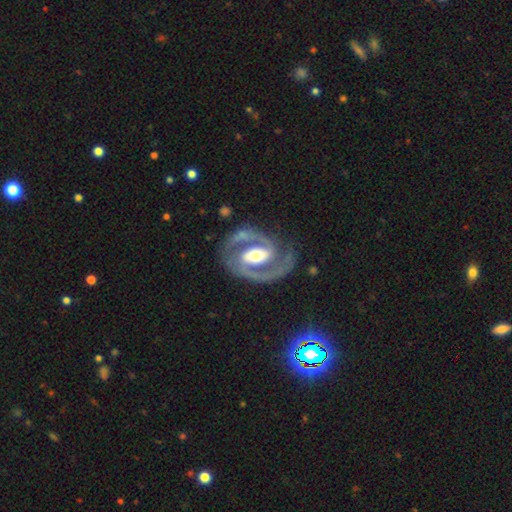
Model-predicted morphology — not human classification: type=featured or disk (91%); edge-on=no (98%); bar=strong (47%); spiral arms=yes (97%); winding=medium (51%); arm count=2 (93%); bulge=moderate (66%); merging=none (79%).